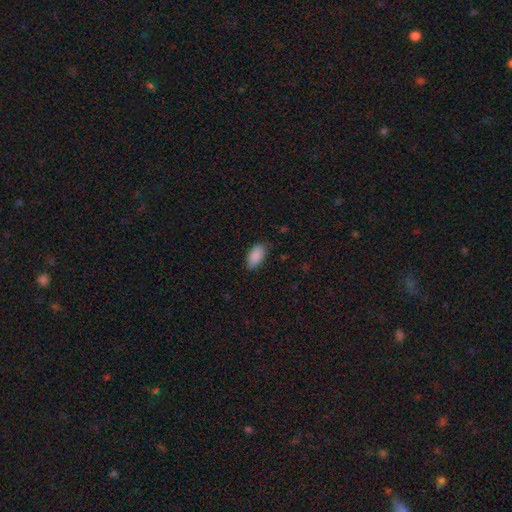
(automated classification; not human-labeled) Overall: smooth (90%). How rounded: in between (94%). Merging: none (80%).